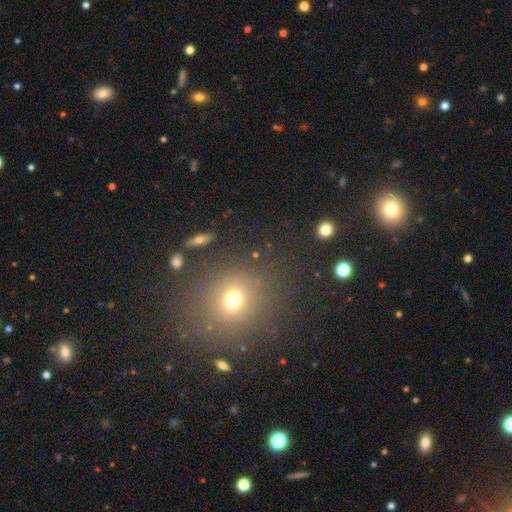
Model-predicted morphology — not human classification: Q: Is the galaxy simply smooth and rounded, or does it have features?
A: smooth — 59%.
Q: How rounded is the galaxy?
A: round — 79%.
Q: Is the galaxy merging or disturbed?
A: none — 82%.